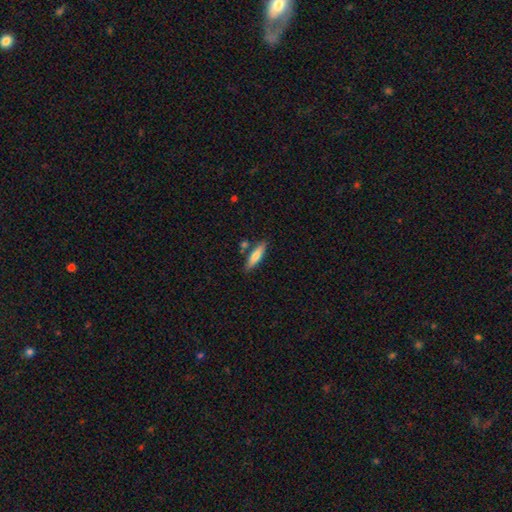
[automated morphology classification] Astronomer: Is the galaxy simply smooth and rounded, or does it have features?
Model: smooth — 74%.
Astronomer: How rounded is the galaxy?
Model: cigar-shaped — 69%.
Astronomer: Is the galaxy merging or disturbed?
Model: none — 78%.